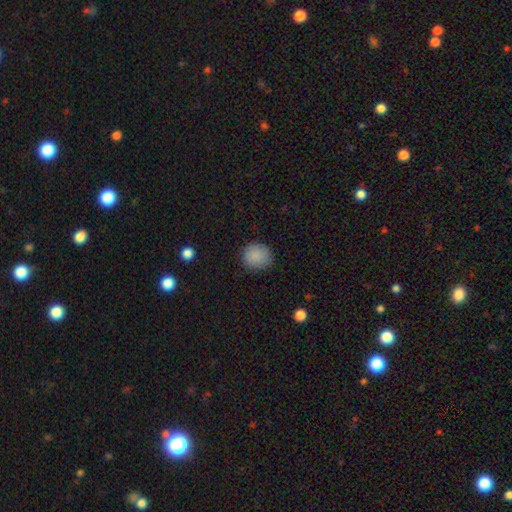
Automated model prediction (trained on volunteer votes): The model was most divided on "how rounded": round: 85%, in between: 14%, cigar-shaped: 1%. More confident: smooth or featured — smooth (87%); merging — none (85%).